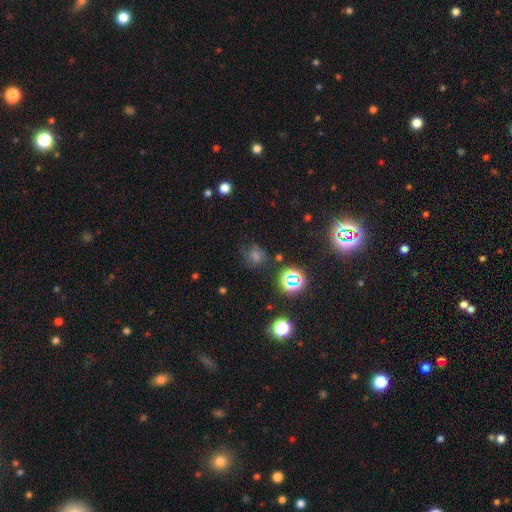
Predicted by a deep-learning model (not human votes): smooth_or_featured: star or artifact (p=0.44) [alt: smooth p=0.40]